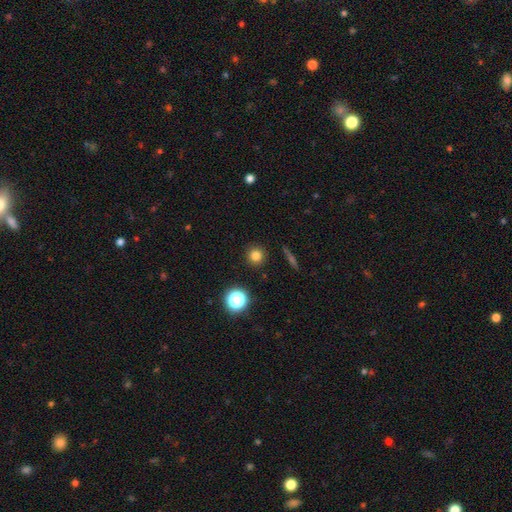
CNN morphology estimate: Smooth or featured? smooth (78%)
How rounded? round (94%)
Merging? none (91%)